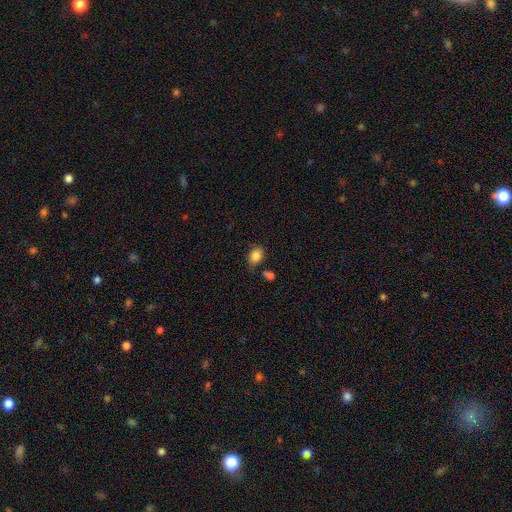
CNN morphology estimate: A smooth galaxy with no disk features (85%) that is in between round and cigar-shaped (71%).

Vote fractions:
- Smooth or featured? smooth: 85% / star or artifact: 9% / featured or disk: 7%
- How rounded? in between: 71% / round: 27% / cigar-shaped: 1%
- Merging? none: 65% / minor disturbance: 22% / merger: 8% / major disturbance: 5%